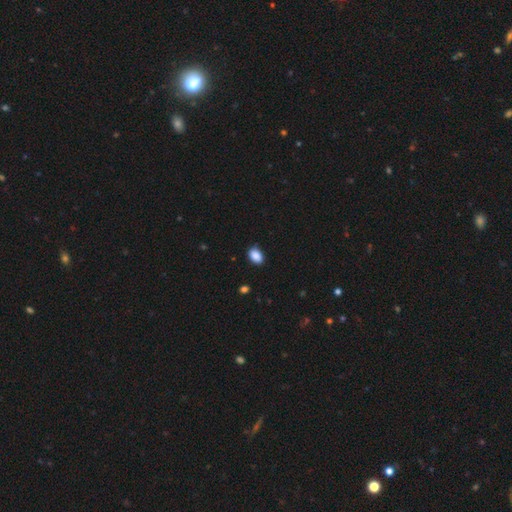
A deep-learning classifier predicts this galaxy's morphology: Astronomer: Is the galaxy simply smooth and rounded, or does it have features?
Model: smooth — 89%.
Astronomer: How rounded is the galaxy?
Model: in between — 85%.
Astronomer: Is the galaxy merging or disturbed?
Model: none — 84%.